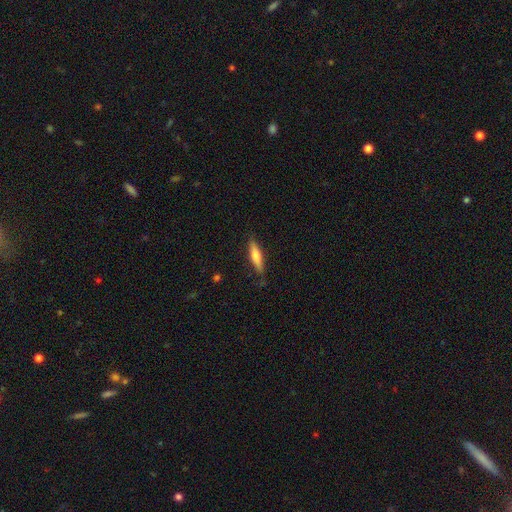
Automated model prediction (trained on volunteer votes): This appears to be a smooth galaxy with no disk features (64%) that is cigar-shaped (76%). Merging: none (83%).